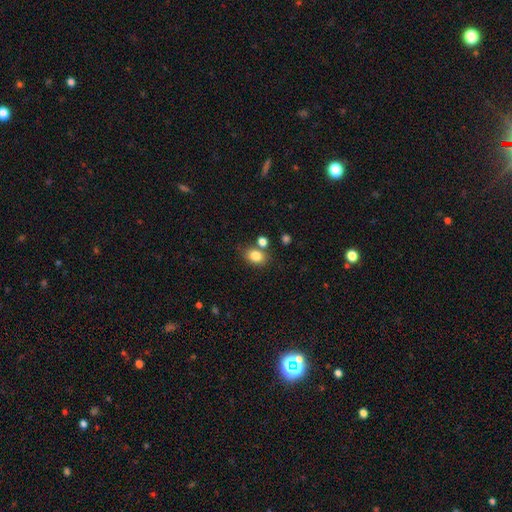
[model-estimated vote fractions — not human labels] smooth 82%, star or artifact 10%, featured or disk 7%. Down the decision tree: how rounded — in between (64%); merging — none (64%).